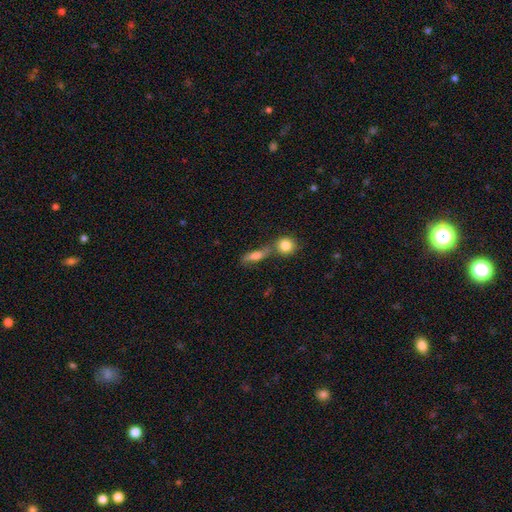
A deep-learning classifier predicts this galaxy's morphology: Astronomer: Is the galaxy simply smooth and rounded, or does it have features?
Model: smooth — 67%.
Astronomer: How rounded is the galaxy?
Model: in between — 47% (runner-up: cigar-shaped, 41%).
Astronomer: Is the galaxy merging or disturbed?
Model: none — 45% (runner-up: merger, 35%).